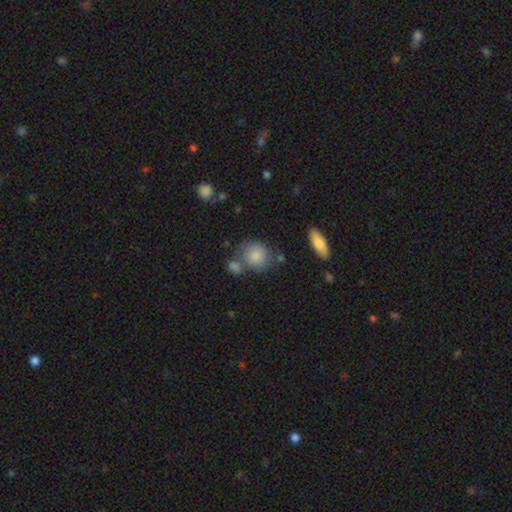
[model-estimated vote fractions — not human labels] Overall: smooth (84%). How rounded: round (75%). Merging: none (56%; merger 23%).